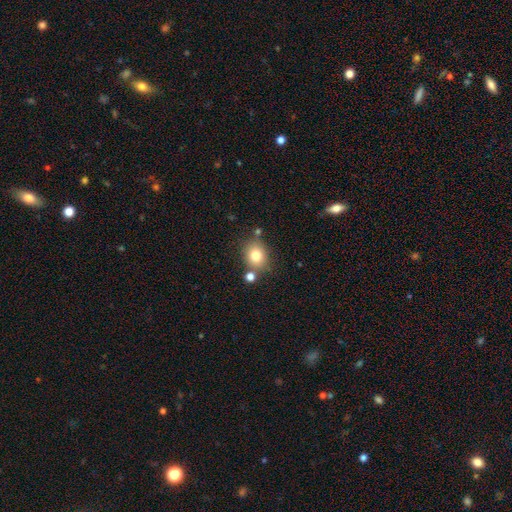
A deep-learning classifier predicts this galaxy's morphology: Q: Smooth or featured?
A: smooth (79%); runner-up: star or artifact (11%)
Q: How rounded?
A: round (64%); runner-up: in between (36%)
Q: Merging?
A: none (73%); runner-up: minor disturbance (12%)